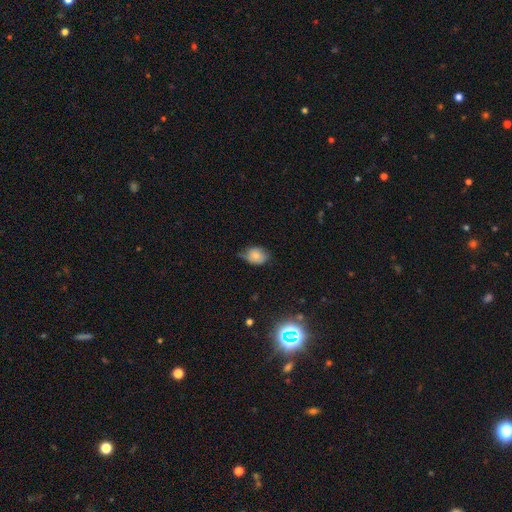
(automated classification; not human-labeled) Overall: smooth (77%). How rounded: in between (63%; round 36%). Merging: none (48%; minor disturbance 41%).